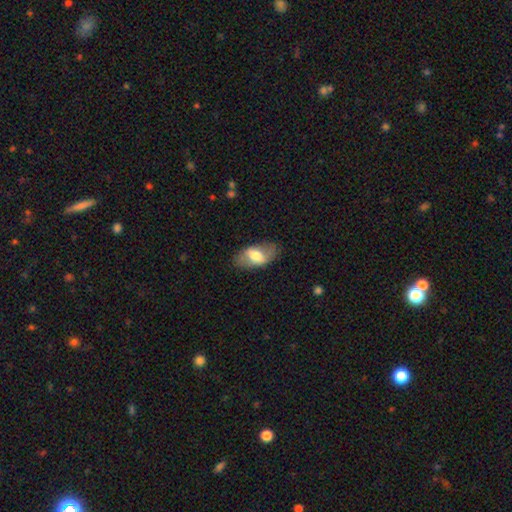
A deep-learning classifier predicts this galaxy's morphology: The model was most divided on "smooth or featured": smooth: 54%, featured or disk: 40%, star or artifact: 6%. More confident: how rounded — in between (91%); merging — none (78%).